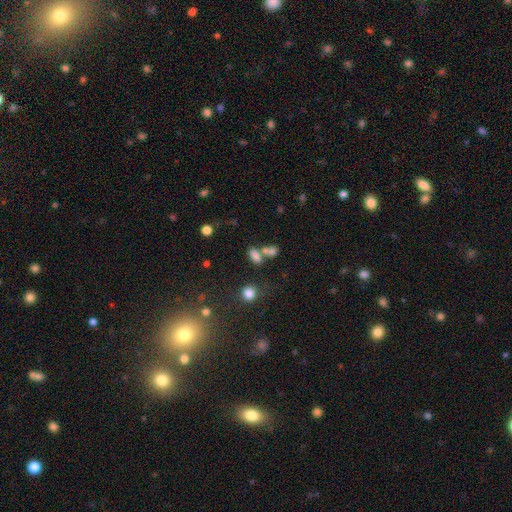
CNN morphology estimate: Overall: smooth (76%). How rounded: in between (81%). Merging: none (42%; merger 41%).